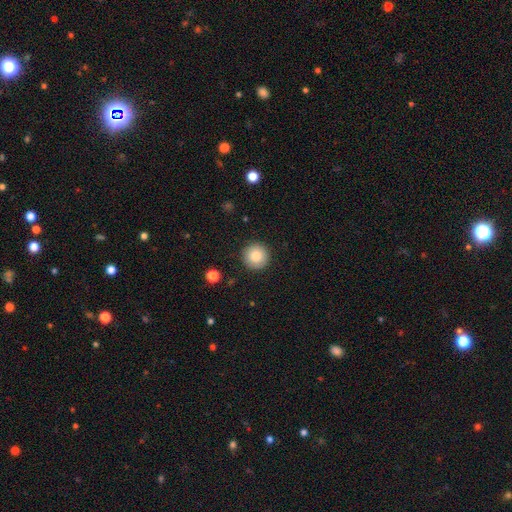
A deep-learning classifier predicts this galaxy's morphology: smooth_or_featured: smooth (p=0.83) [alt: star or artifact p=0.09]
how_rounded: round (p=0.96) [alt: in between p=0.03]
merging: none (p=0.91) [alt: minor disturbance p=0.06]